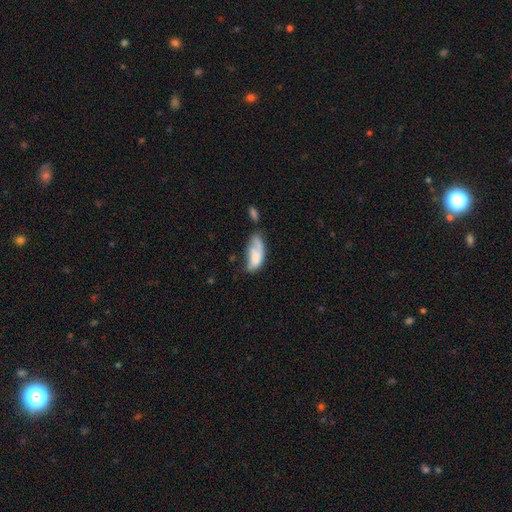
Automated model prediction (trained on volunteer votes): This is likely a smooth galaxy (69%). How rounded: clearly in between (84%). Merging: marginally minor disturbance (31%).